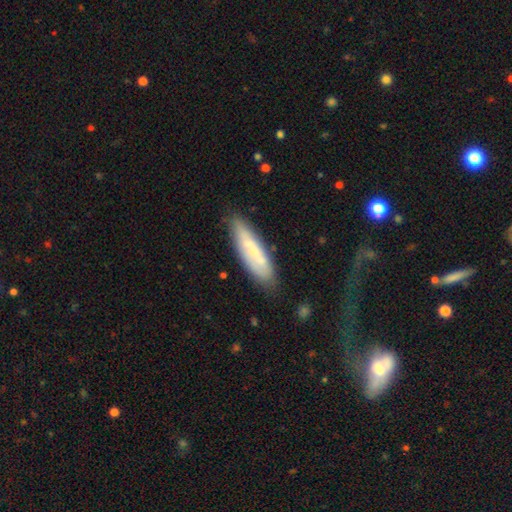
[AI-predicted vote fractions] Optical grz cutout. It shows a smooth galaxy with no disk features (56%) that is cigar-shaped (65%). Merging: none (74%).